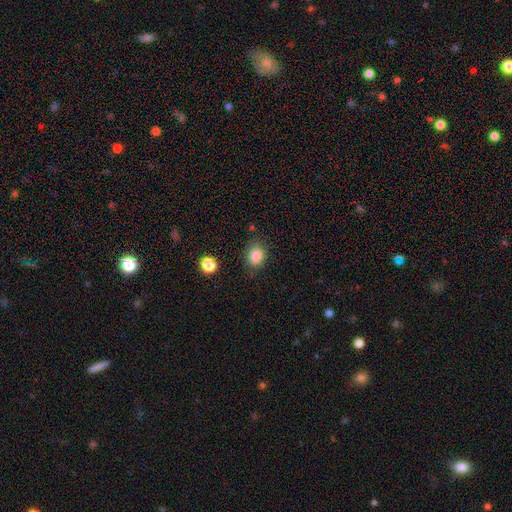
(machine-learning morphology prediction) type=smooth (85%); roundness=in between (54%); merging=none (80%).